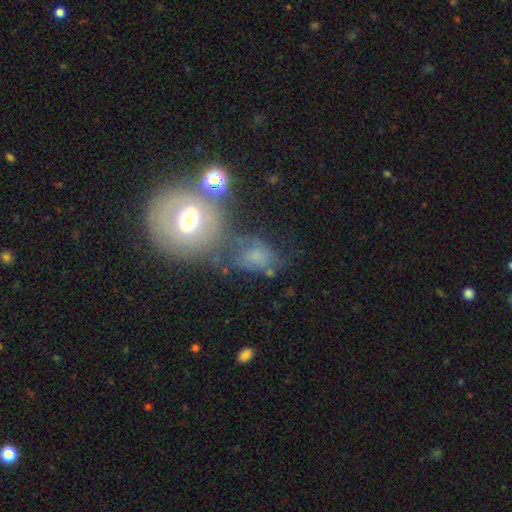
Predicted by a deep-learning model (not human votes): Morphology: type=smooth (46%); merging=none (38%).